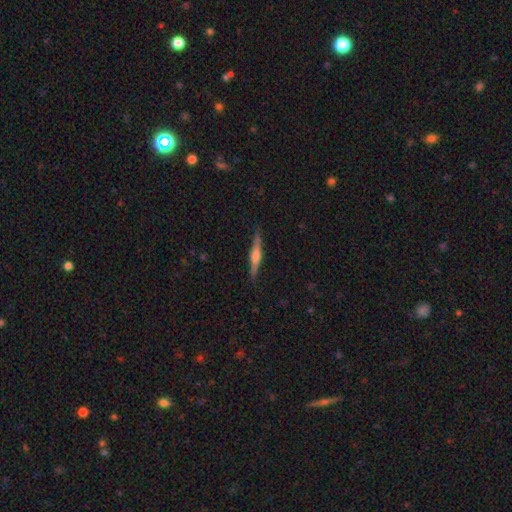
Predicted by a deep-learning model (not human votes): smooth_or_featured: featured or disk (p=0.71) [alt: smooth p=0.23]
disk_edge_on: yes (p=0.98) [alt: no p=0.02]
edge_on_bulge: rounded (p=0.79) [alt: boxy p=0.14]
merging: none (p=0.90) [alt: minor disturbance p=0.08]